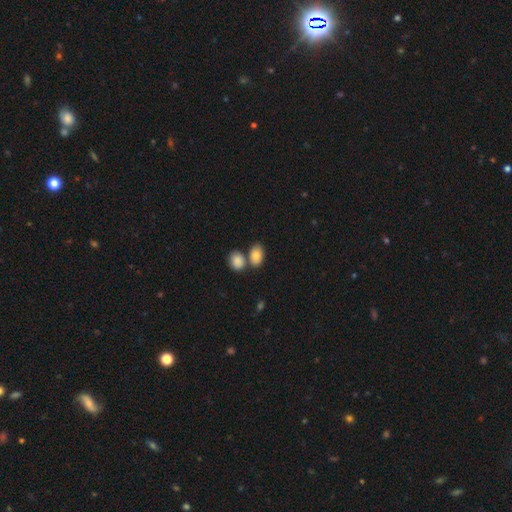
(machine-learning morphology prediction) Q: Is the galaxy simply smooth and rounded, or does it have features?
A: smooth — 85%.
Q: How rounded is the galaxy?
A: in between — 81%.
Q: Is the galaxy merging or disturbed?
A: none — 51%.